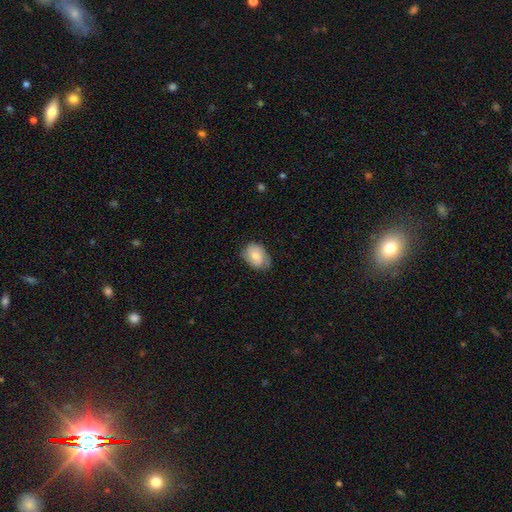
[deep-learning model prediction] This appears to be a smooth galaxy with no disk features (62%) that is in between round and cigar-shaped (74%). Merging: none (63%).